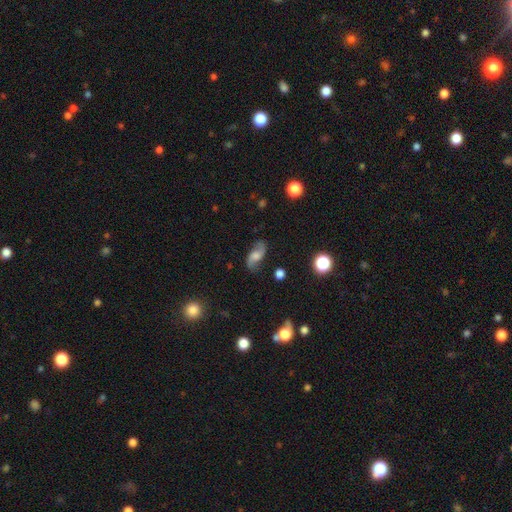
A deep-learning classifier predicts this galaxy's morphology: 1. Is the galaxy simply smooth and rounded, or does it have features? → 68% featured or disk, 23% smooth, 9% star or artifact.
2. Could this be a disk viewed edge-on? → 95% no, 5% yes.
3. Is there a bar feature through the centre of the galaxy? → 56% no, 36% weak, 8% strong.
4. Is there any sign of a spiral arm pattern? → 93% yes, 7% no.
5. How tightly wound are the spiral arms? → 70% loose, 23% medium, 6% tight.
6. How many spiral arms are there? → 92% 2, 3% can't tell, 2% 1, 1% 3, 1% 4, 1% more than 4.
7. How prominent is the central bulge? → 41% moderate, 22% small, 18% large, 17% none, 3% dominant.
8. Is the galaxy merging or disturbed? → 78% none, 15% minor disturbance, 5% major disturbance, 2% merger.